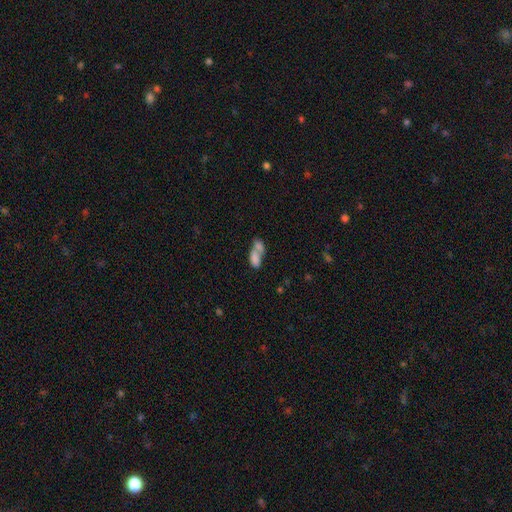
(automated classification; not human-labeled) Morphology: type=smooth (77%); roundness=in between (88%); merging=merger (70%).